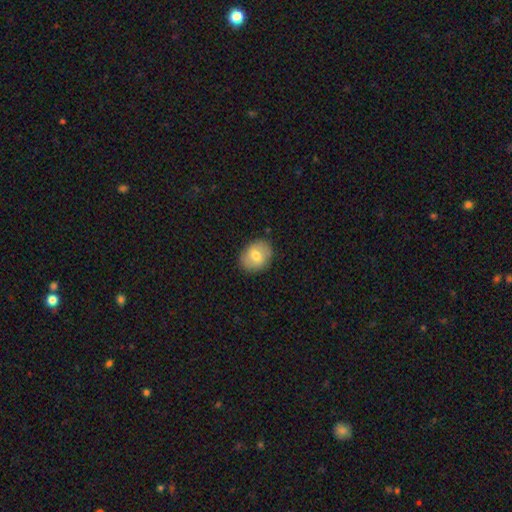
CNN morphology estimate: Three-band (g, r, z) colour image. It shows a smooth galaxy with no disk features (67%) that is in between round and cigar-shaped (52%). Merging: none (85%).